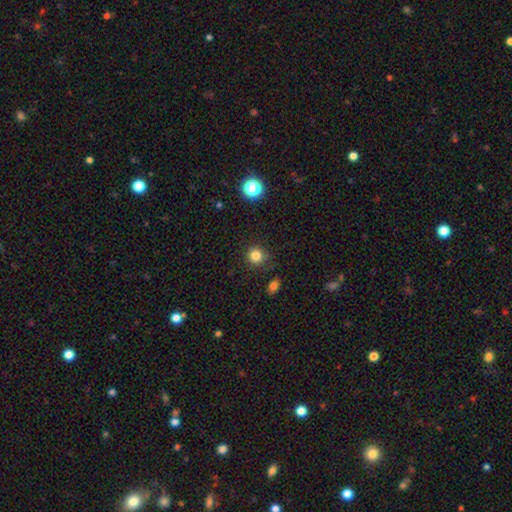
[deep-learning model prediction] Smooth or featured?
  - smooth: 82% *
  - star or artifact: 14%
  - featured or disk: 5%
How rounded?
  - round: 91% *
  - in between: 8%
  - cigar-shaped: 1%
Merging?
  - none: 83% *
  - minor disturbance: 11%
  - major disturbance: 3%
  - merger: 2%